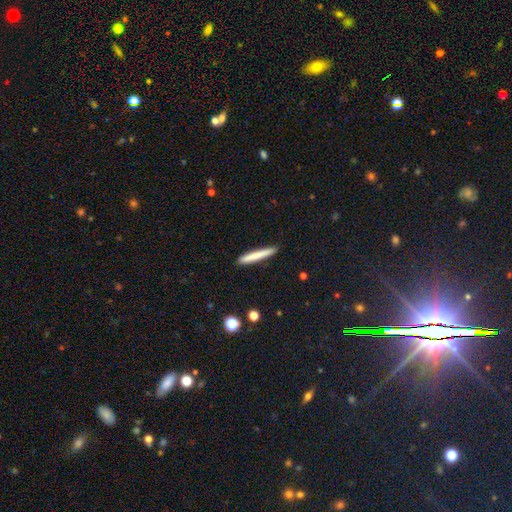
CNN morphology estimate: A smooth galaxy with no disk features (74%) that is cigar-shaped (96%). Merging: none (90%).